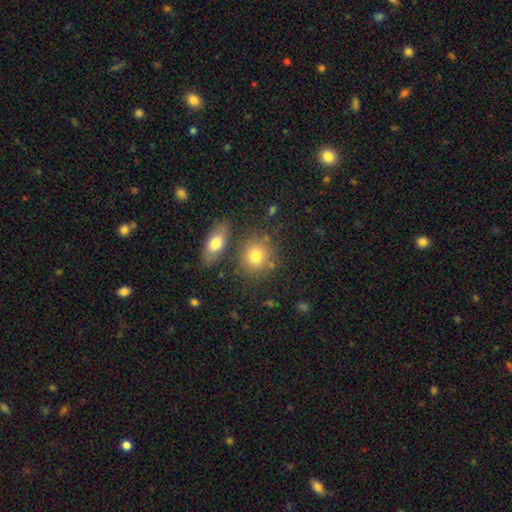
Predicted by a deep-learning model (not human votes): smooth_or_featured: smooth (p=0.78) [alt: featured or disk p=0.11]
how_rounded: round (p=0.75) [alt: in between p=0.23]
merging: none (p=0.71) [alt: merger p=0.15]